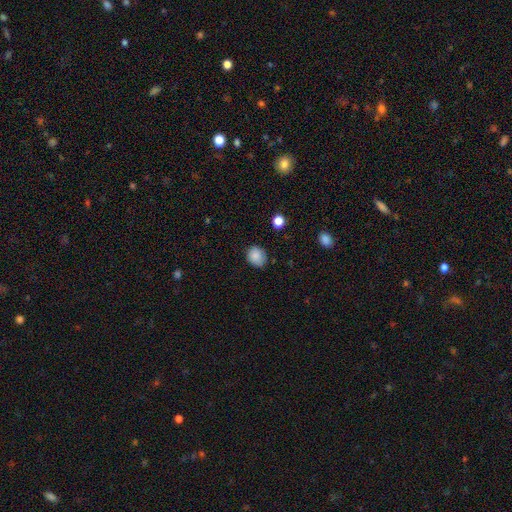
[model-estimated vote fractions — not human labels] Morphology: type=smooth (86%); roundness=round (65%); merging=none (76%).